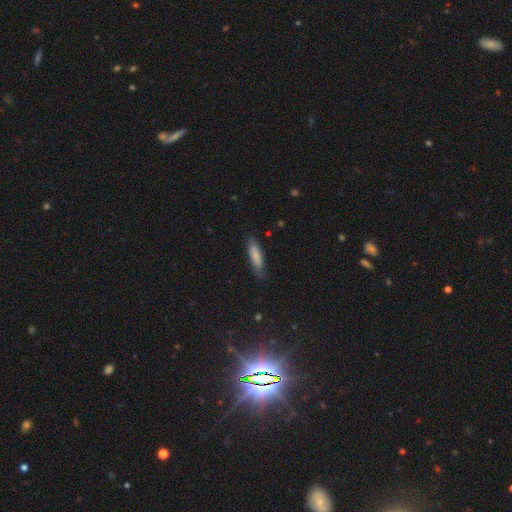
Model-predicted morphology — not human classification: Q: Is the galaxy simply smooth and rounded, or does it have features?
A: smooth — 78%.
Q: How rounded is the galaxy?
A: cigar-shaped — 68%.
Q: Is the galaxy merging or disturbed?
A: none — 79%.